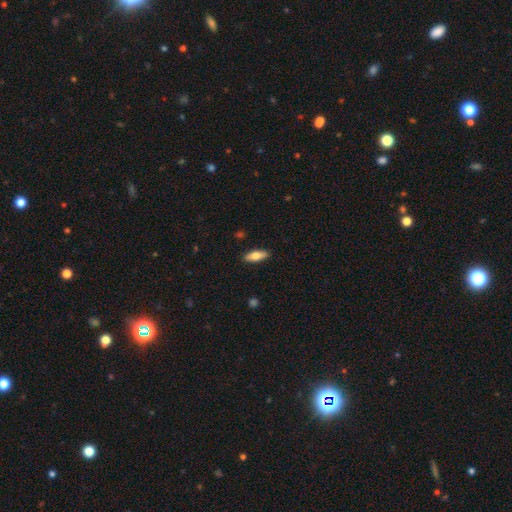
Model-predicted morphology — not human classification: A smooth galaxy with no disk features (73%) that is in between round and cigar-shaped (66%).

Vote fractions:
- Smooth or featured? smooth: 73% / featured or disk: 21% / star or artifact: 6%
- How rounded? in between: 66% / cigar-shaped: 31% / round: 2%
- Merging? none: 89% / minor disturbance: 8% / major disturbance: 2% / merger: 1%